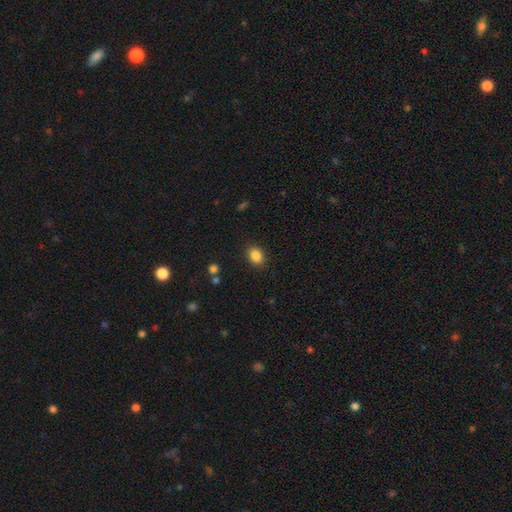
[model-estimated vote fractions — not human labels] smooth-or-featured: smooth: 87% | star or artifact: 9% | featured or disk: 4%
  how-rounded: in between: 73% | round: 26% | cigar-shaped: 1%
  merging: none: 88% | minor disturbance: 9% | major disturbance: 3% | merger: 1%